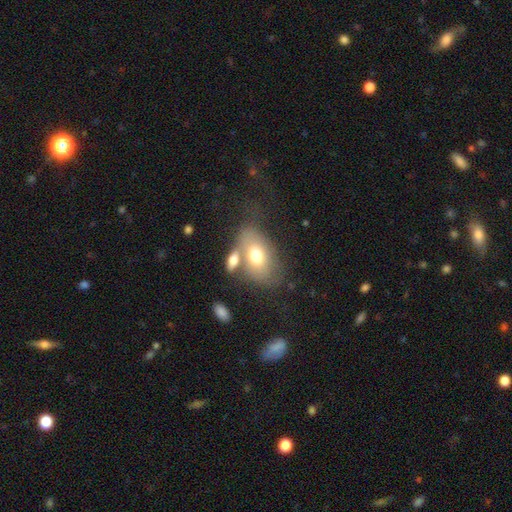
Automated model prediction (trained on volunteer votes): smooth_or_featured: smooth (p=0.67) [alt: featured or disk p=0.25]
how_rounded: in between (p=0.87) [alt: round p=0.11]
merging: none (p=0.42) [alt: merger p=0.32]